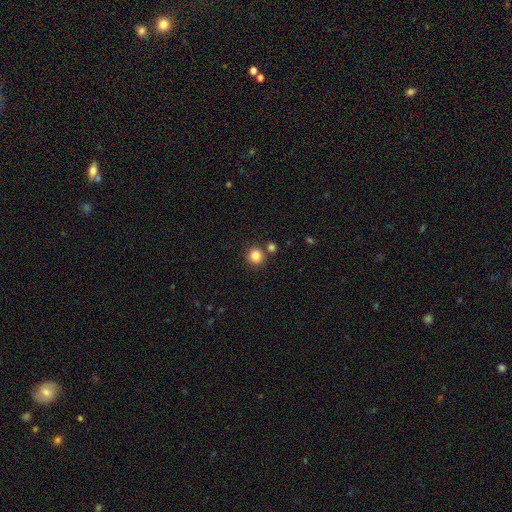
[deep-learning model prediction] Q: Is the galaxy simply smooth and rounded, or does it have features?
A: smooth — 84%.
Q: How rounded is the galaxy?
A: round — 91%.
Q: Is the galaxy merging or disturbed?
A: none — 78%.